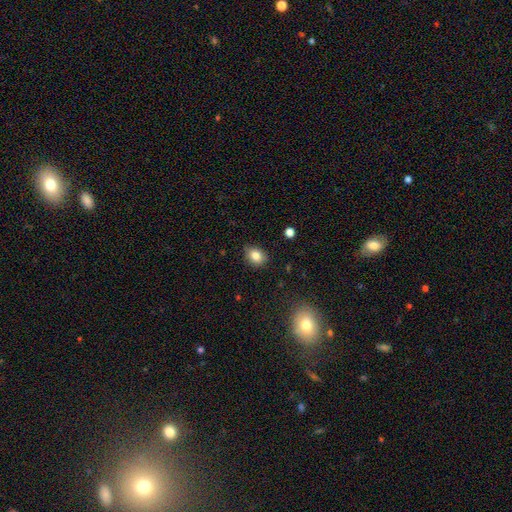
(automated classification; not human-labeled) This appears to be a smooth galaxy with no disk features (82%) that is in between round and cigar-shaped (51%). Merging: none (81%).